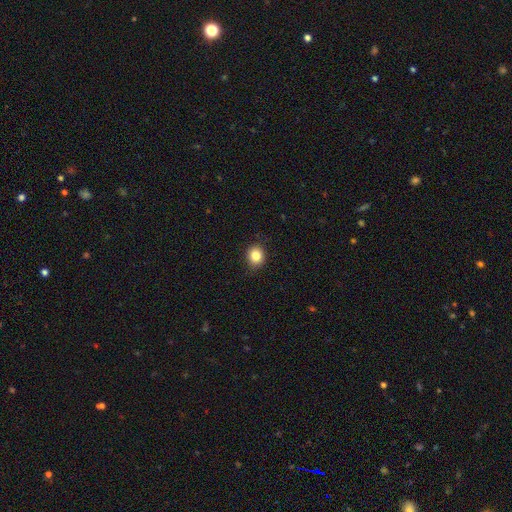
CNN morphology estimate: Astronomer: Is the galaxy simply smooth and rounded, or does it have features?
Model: smooth — 83%.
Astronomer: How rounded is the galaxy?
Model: round — 74%.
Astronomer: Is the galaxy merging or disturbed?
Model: none — 89%.